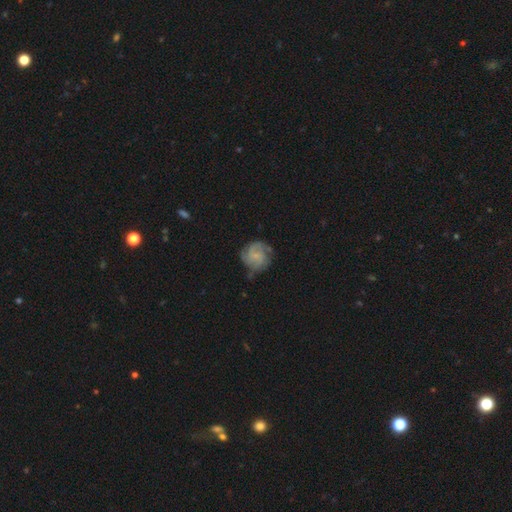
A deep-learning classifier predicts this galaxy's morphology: A featured or disk galaxy (71%) with no bar (59%), 2 (31%) tight (46%) spiral arms (92%) and a small central bulge (61%). Merging: none (66%).